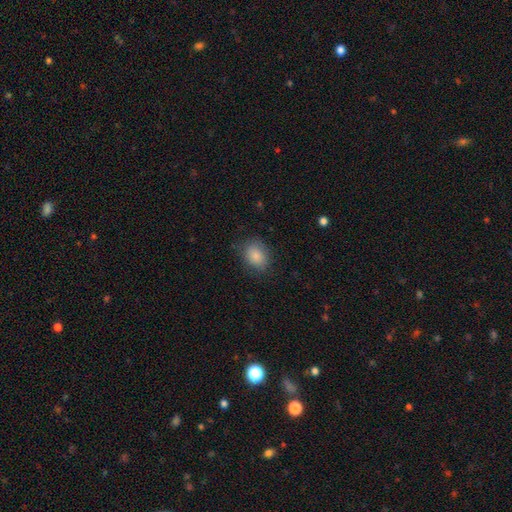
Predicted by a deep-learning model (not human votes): A smooth galaxy with no disk features (86%) that is in between round and cigar-shaped (63%). Merging: none (80%).